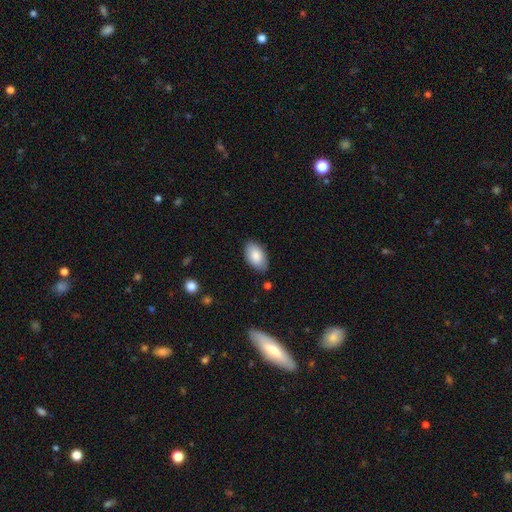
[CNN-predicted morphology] A smooth galaxy with no disk features (86%) that is in between round and cigar-shaped (95%). Merging: none (84%).